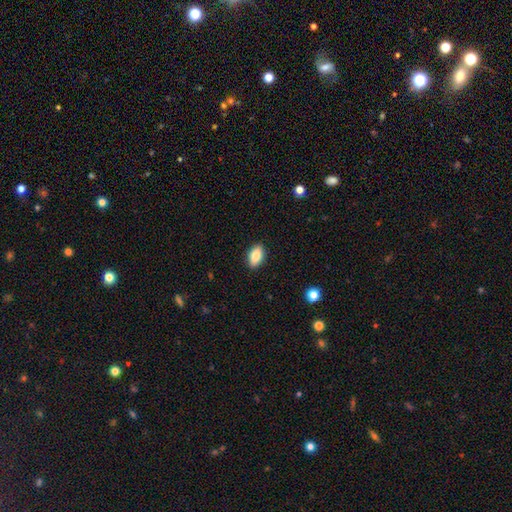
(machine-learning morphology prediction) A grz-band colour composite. It shows a smooth galaxy with no disk features (81%) that is in between round and cigar-shaped (89%). Merging: none (89%).